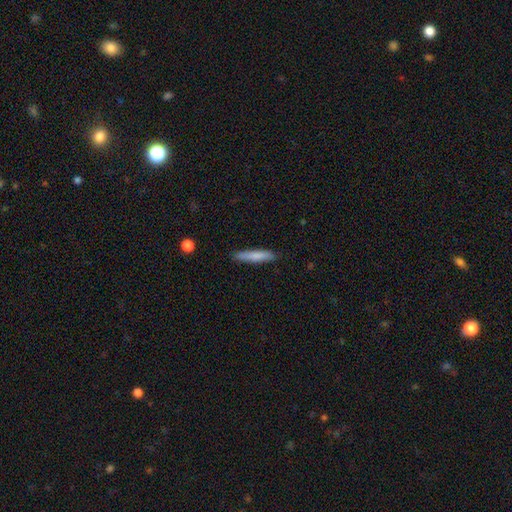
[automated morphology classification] smooth-or-featured: smooth: 80% | featured or disk: 15% | star or artifact: 6%
  how-rounded: cigar-shaped: 89% | in between: 10% | round: 1%
  merging: none: 88% | minor disturbance: 9% | major disturbance: 2% | merger: 1%